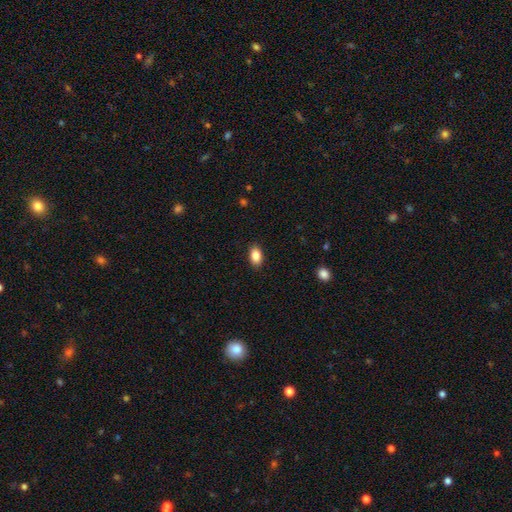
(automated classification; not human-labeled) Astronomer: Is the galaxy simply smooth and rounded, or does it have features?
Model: smooth — 87%.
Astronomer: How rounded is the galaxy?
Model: in between — 90%.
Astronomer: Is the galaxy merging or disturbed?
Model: none — 89%.